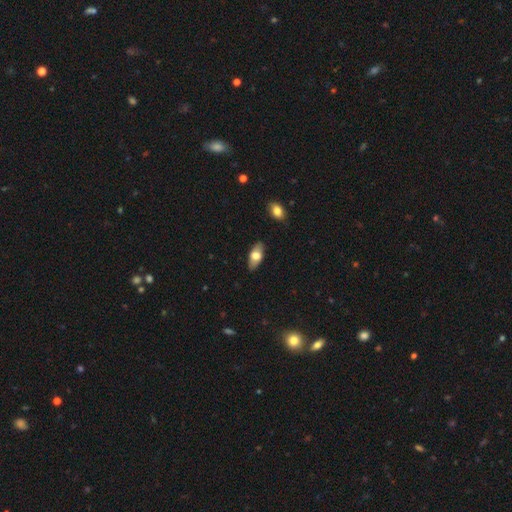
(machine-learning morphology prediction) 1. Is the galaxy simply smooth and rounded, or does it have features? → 69% smooth, 25% featured or disk, 6% star or artifact.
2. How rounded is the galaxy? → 88% in between, 9% cigar-shaped, 3% round.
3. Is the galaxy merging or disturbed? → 86% none, 11% minor disturbance, 2% major disturbance, 1% merger.